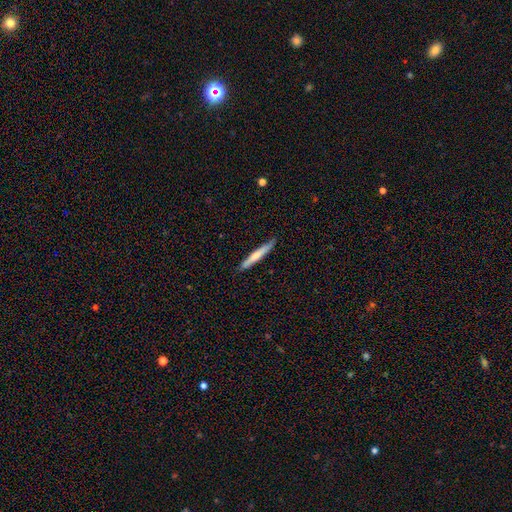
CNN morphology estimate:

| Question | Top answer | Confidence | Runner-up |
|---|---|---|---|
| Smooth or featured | smooth | 52% | featured or disk (42%) |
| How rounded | cigar-shaped | 96% | in between (3%) |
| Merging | none | 90% | minor disturbance (7%) |